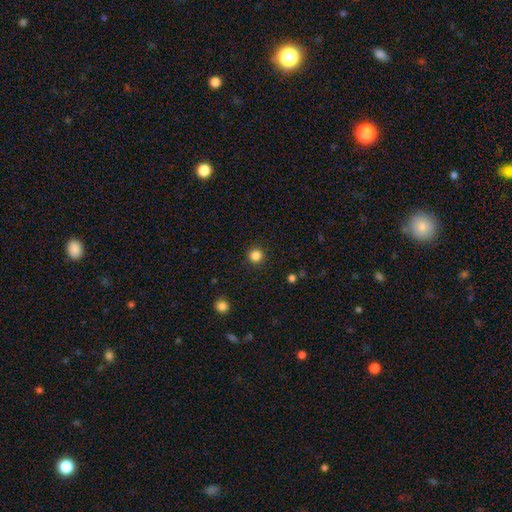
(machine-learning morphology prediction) This appears to be a smooth galaxy with no disk features (85%) that is round (95%). Merging: none (92%).